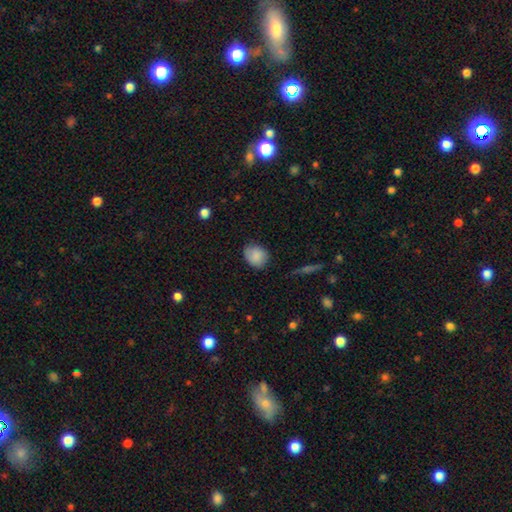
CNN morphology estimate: Smooth or featured? smooth (87%)
How rounded? round (56%)
Merging? none (79%)